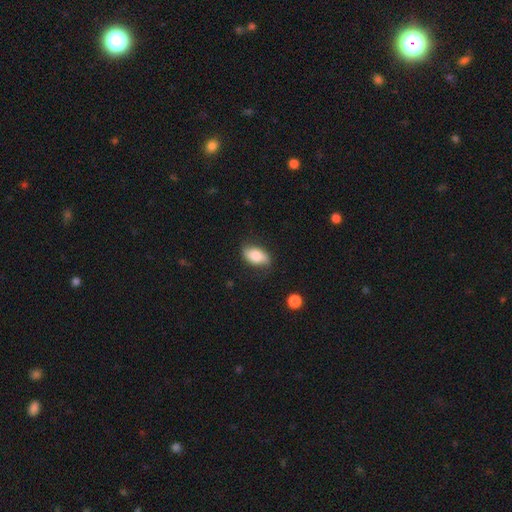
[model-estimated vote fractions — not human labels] smooth 73%, featured or disk 20%, star or artifact 7%. Down the decision tree: how rounded — in between (91%); merging — none (70%).